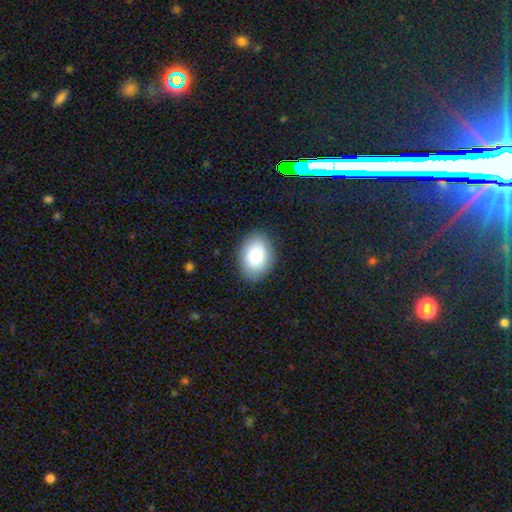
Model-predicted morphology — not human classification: smooth_or_featured: smooth (p=0.87) [alt: star or artifact p=0.07]
how_rounded: in between (p=0.78) [alt: round p=0.21]
merging: none (p=0.87) [alt: minor disturbance p=0.09]